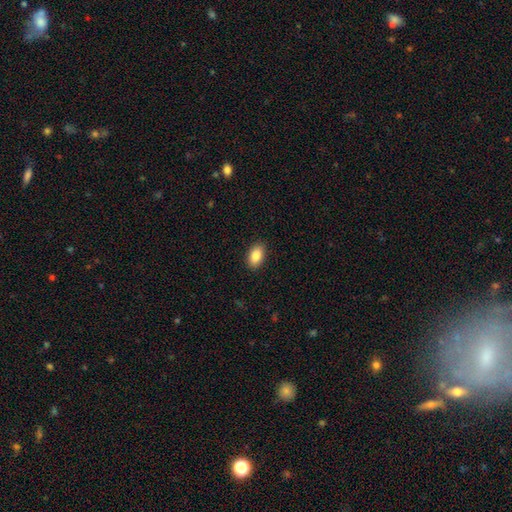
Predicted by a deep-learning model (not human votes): This is clearly a smooth galaxy (86%). How rounded: clearly in between (91%). Merging: clearly none (90%).